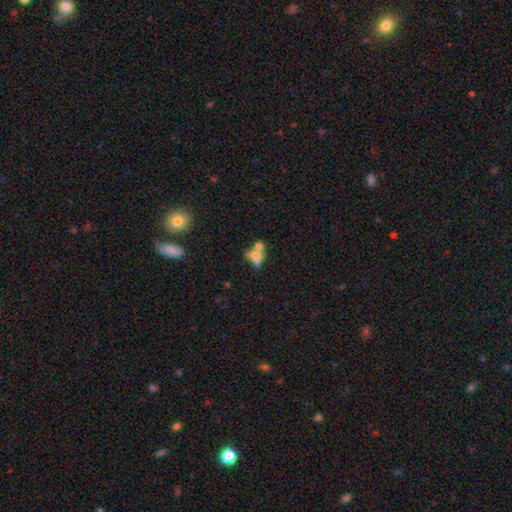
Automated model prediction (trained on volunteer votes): Smooth or featured? Predicted: smooth (p=0.58). How rounded? Predicted: in between (p=0.61). Merging? Predicted: merger (p=0.54).